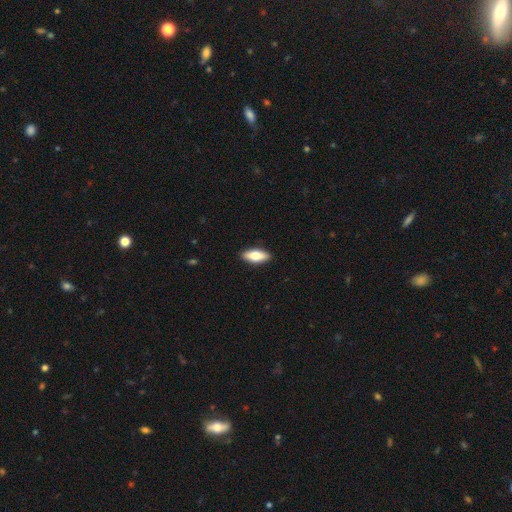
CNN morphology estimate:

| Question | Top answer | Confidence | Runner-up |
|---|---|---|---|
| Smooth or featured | smooth | 73% | featured or disk (21%) |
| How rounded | in between | 77% | cigar-shaped (21%) |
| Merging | none | 90% | minor disturbance (7%) |